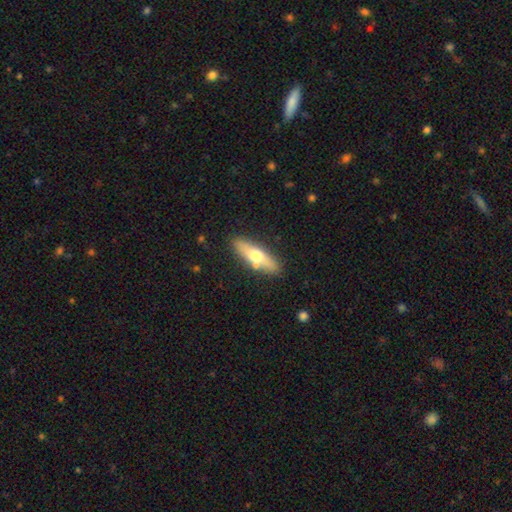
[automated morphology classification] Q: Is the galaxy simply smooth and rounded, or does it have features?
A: smooth — 55%.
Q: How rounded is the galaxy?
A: cigar-shaped — 54%.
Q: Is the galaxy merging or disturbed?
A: none — 79%.